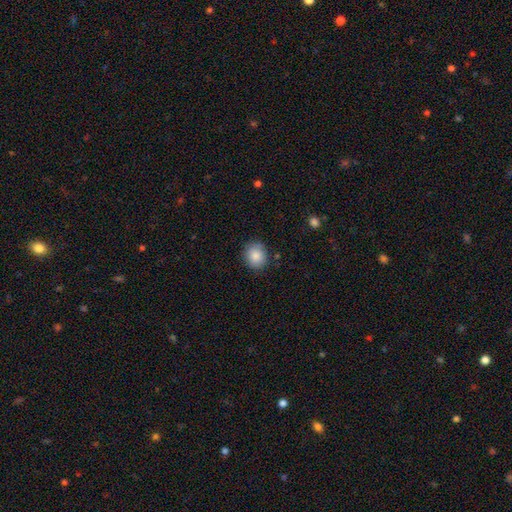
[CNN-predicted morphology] A smooth galaxy with no disk features (86%) that is round (73%).

Vote fractions:
- Smooth or featured? smooth: 86% / star or artifact: 8% / featured or disk: 6%
- How rounded? round: 73% / in between: 26% / cigar-shaped: 1%
- Merging? none: 85% / minor disturbance: 11% / major disturbance: 3% / merger: 1%